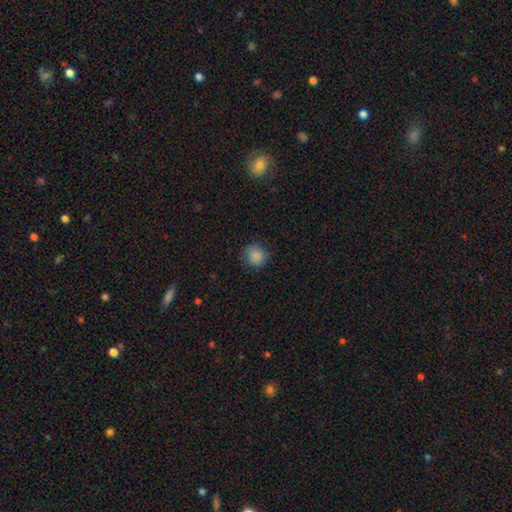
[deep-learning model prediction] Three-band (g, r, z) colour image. It shows a smooth galaxy with no disk features (87%) that is round (87%). Merging: none (85%).